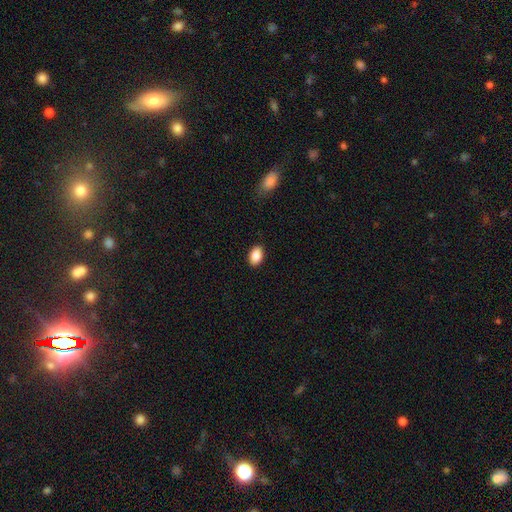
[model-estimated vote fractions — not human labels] Smooth or featured?
  - smooth: 88% *
  - star or artifact: 7%
  - featured or disk: 4%
How rounded?
  - in between: 89% *
  - round: 9%
  - cigar-shaped: 1%
Merging?
  - none: 89% *
  - minor disturbance: 8%
  - major disturbance: 2%
  - merger: 1%